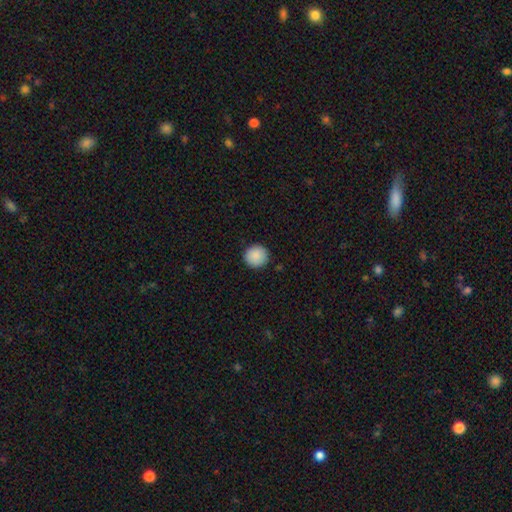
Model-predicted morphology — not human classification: Smooth or featured?
  - smooth: 89% *
  - star or artifact: 8%
  - featured or disk: 3%
How rounded?
  - round: 93% *
  - in between: 6%
  - cigar-shaped: 1%
Merging?
  - none: 91% *
  - minor disturbance: 6%
  - major disturbance: 2%
  - merger: 1%